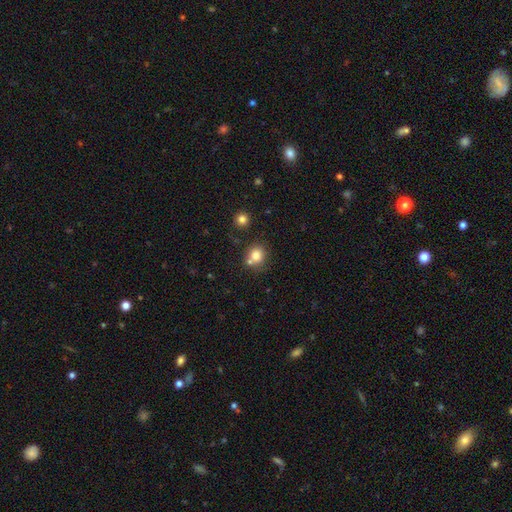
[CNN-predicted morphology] smooth 80%, star or artifact 12%, featured or disk 9%. Down the decision tree: how rounded — round (83%); merging — none (62%).